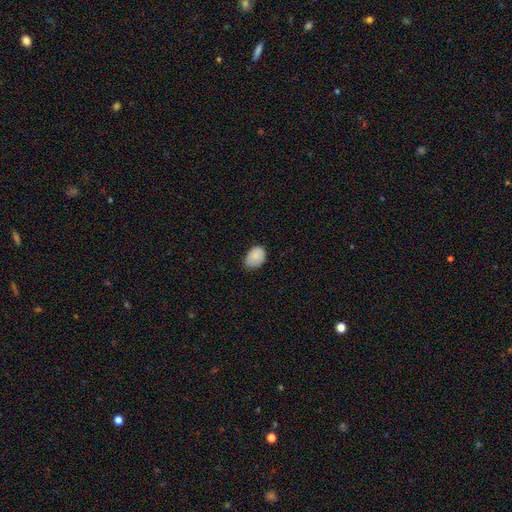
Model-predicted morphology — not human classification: Overall: smooth (86%). How rounded: in between (77%). Merging: none (59%; minor disturbance 34%).